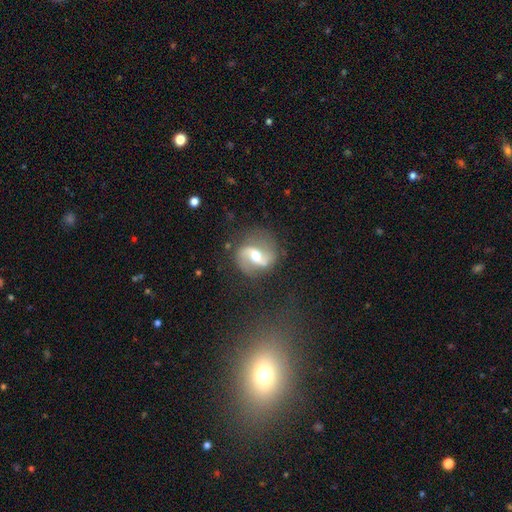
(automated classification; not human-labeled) Morphology: type=featured or disk (84%); edge-on=no (97%); bar=weak (41%); spiral arms=yes (94%); winding=loose (47%); arm count=2 (91%); bulge=moderate (71%); merging=none (76%).